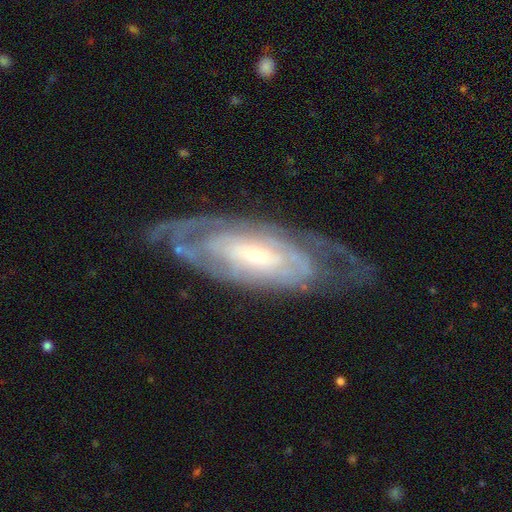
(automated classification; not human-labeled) Morphology: type=featured or disk (80%); edge-on=no (85%); bar=no (59%); spiral arms=yes (85%); winding=tight (69%); arm count=can't tell (59%); bulge=small (63%); merging=none (65%).